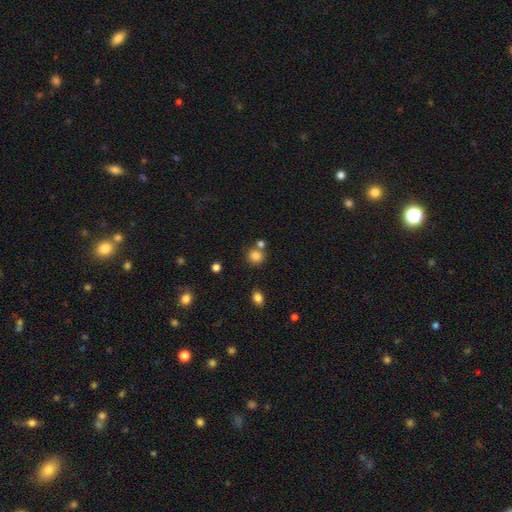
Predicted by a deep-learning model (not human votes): Smooth or featured: smooth — 83% (star or artifact — 11%)
How rounded: round — 85% (in between — 14%)
Merging: none — 68% (merger — 20%)